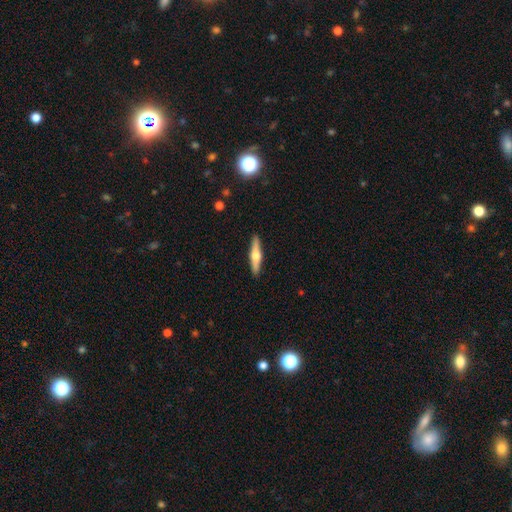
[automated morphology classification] This is possibly a featured or disk galaxy (57%). It is clearly viewed edge-on (95%). Edge-on bulge: clearly rounded (93%). Merging: clearly none (90%).